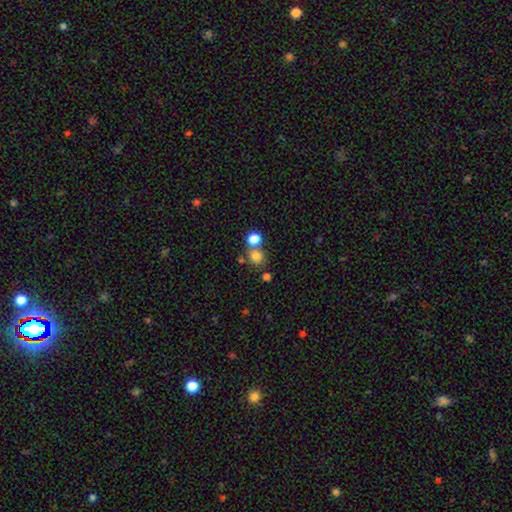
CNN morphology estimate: This appears to be a smooth galaxy with no disk features (78%) that is round (85%). Merging: none (61%).